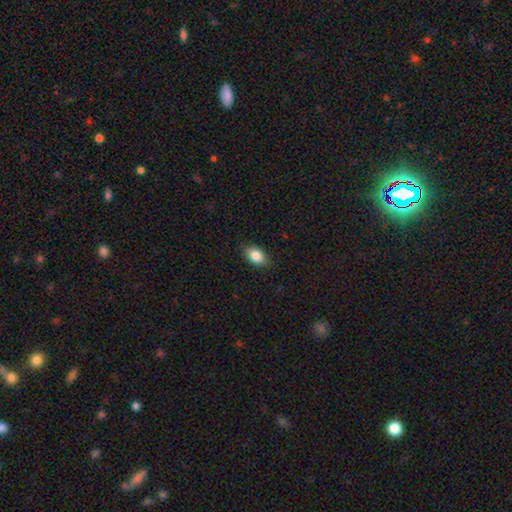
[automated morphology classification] A smooth galaxy with no disk features (85%) that is in between round and cigar-shaped (87%).

Vote fractions:
- Smooth or featured? smooth: 85% / star or artifact: 8% / featured or disk: 7%
- How rounded? in between: 87% / round: 11% / cigar-shaped: 2%
- Merging? none: 85% / minor disturbance: 12% / major disturbance: 2% / merger: 1%